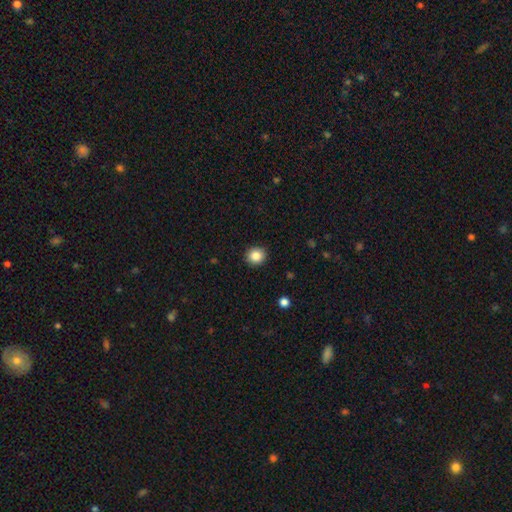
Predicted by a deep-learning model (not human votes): Overall: smooth (86%). How rounded: round (87%). Merging: none (91%).